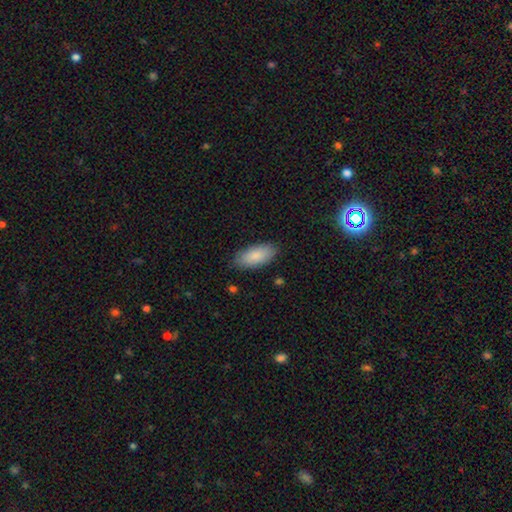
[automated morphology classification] A smooth galaxy with no disk features (86%) that is in between round and cigar-shaped (90%).

Vote fractions:
- Smooth or featured? smooth: 86% / featured or disk: 8% / star or artifact: 6%
- How rounded? in between: 90% / cigar-shaped: 8% / round: 2%
- Merging? none: 84% / minor disturbance: 12% / major disturbance: 3% / merger: 1%